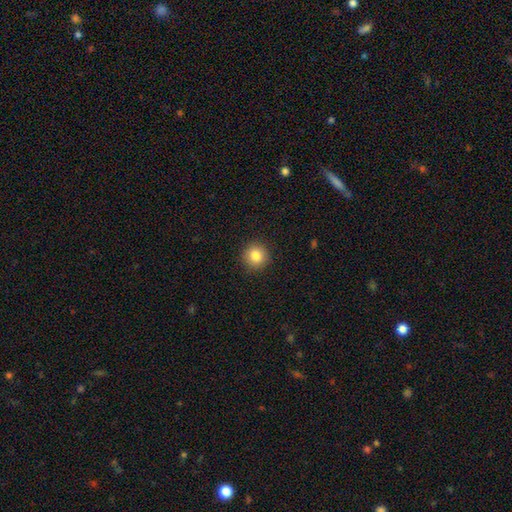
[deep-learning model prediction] Morphology: type=smooth (83%); roundness=round (94%); merging=none (92%).